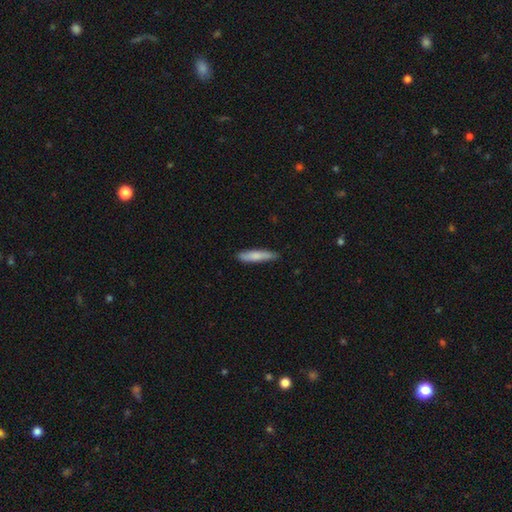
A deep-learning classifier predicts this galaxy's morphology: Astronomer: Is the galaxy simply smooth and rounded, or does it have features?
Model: smooth — 77%.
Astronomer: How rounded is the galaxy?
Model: cigar-shaped — 87%.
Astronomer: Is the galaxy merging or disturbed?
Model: none — 83%.